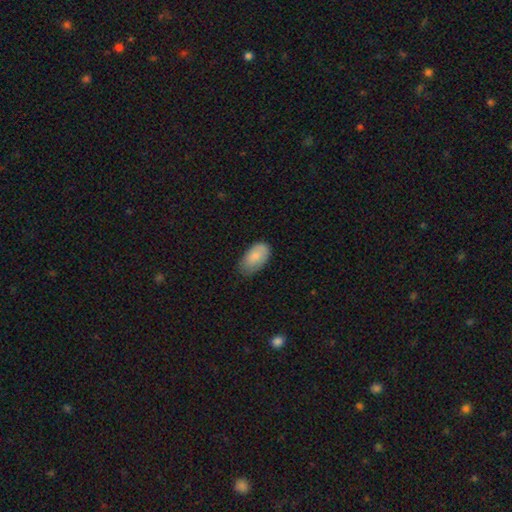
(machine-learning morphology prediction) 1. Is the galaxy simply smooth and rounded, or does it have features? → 82% smooth, 12% featured or disk, 6% star or artifact.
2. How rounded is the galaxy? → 95% in between, 4% round, 2% cigar-shaped.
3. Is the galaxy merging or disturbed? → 64% none, 30% minor disturbance, 5% major disturbance, 1% merger.